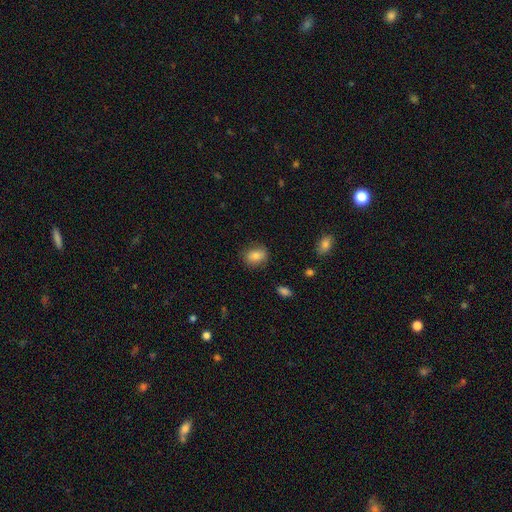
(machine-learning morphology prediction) This is clearly a smooth galaxy (83%). How rounded: likely in between (63%). Merging: likely none (80%).